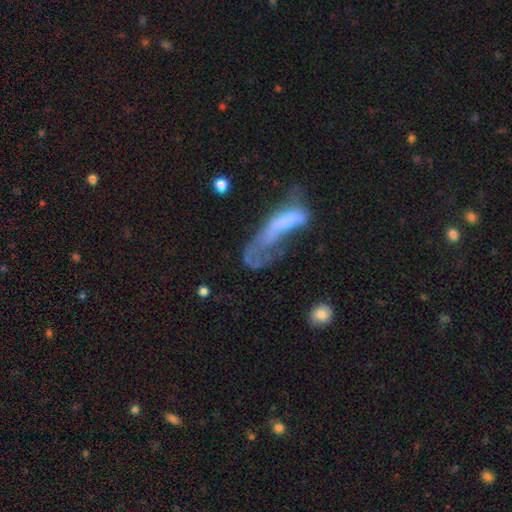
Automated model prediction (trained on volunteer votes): Smooth or featured?
  - smooth: 46% *
  - featured or disk: 41%
  - star or artifact: 13%
Merging?
  - major disturbance: 52% *
  - merger: 20%
  - none: 16%
  - minor disturbance: 12%